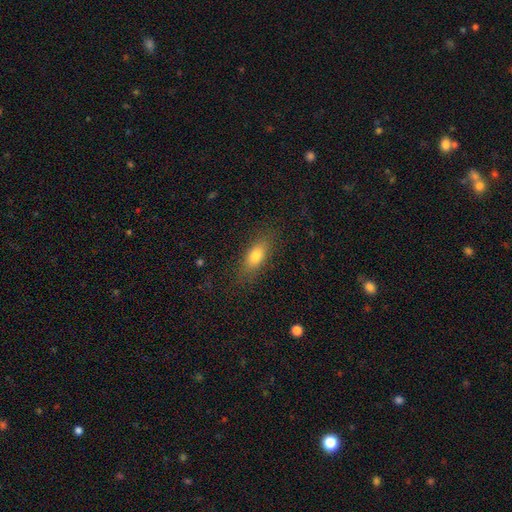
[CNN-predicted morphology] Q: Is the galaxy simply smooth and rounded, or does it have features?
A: smooth — 76%.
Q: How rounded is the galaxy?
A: in between — 77%.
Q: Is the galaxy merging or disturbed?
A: none — 82%.